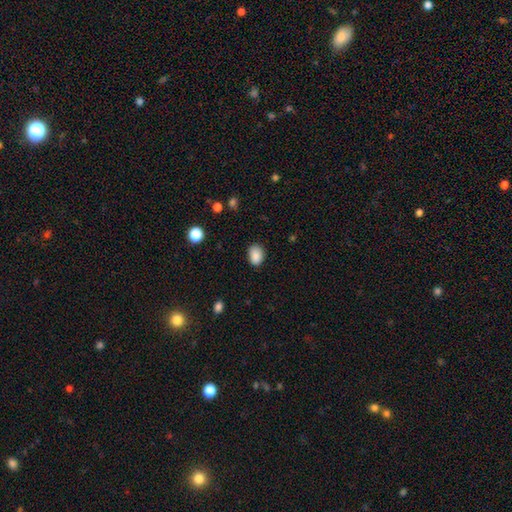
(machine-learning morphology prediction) smooth-or-featured: smooth: 87% | star or artifact: 9% | featured or disk: 4%
  how-rounded: in between: 69% | round: 30% | cigar-shaped: 1%
  merging: none: 82% | minor disturbance: 14% | major disturbance: 3% | merger: 1%